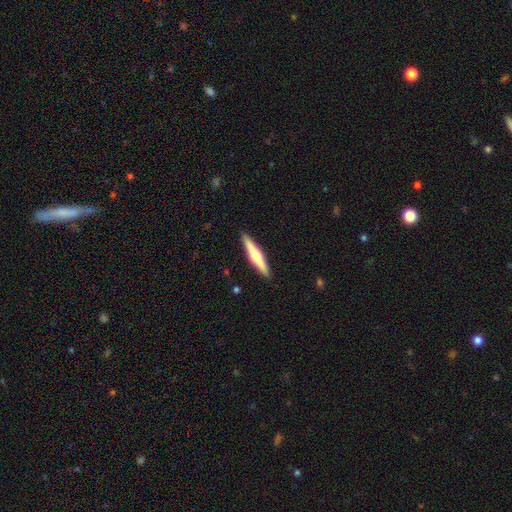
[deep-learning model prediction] Smooth or featured? featured or disk (56%)
Edge-on disk? yes (97%)
Edge-on bulge? rounded (87%)
Merging? none (91%)